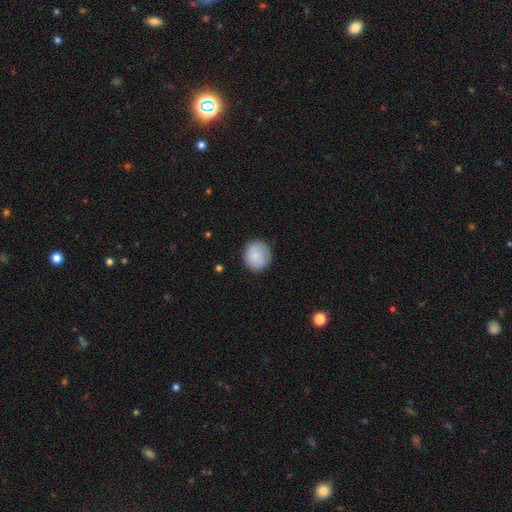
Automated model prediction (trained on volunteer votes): Smooth or featured?
  - smooth: 83% *
  - featured or disk: 10%
  - star or artifact: 7%
How rounded?
  - round: 89% *
  - in between: 10%
  - cigar-shaped: 1%
Merging?
  - none: 84% *
  - minor disturbance: 12%
  - major disturbance: 3%
  - merger: 1%